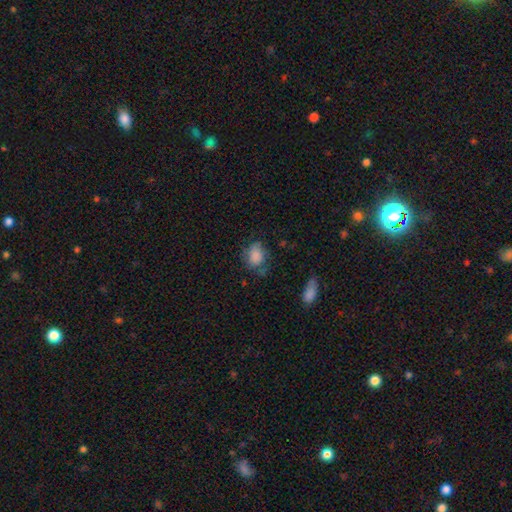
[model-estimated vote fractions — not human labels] Overall: smooth (80%). How rounded: in between (59%; round 40%). Merging: none (53%; minor disturbance 29%).